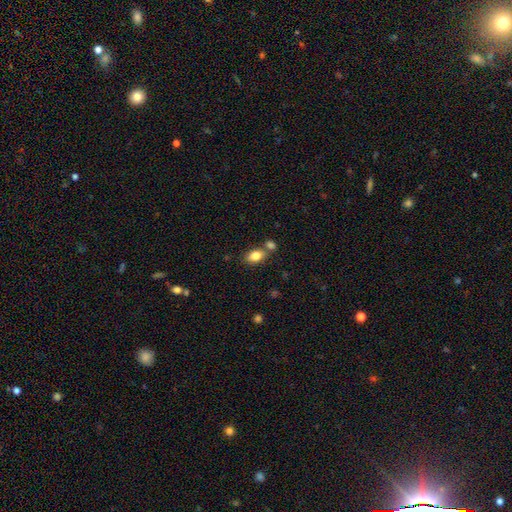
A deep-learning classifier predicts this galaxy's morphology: smooth-or-featured: smooth: 81% | featured or disk: 10% | star or artifact: 8%
  how-rounded: in between: 86% | round: 12% | cigar-shaped: 2%
  merging: none: 61% | merger: 24% | minor disturbance: 12% | major disturbance: 3%